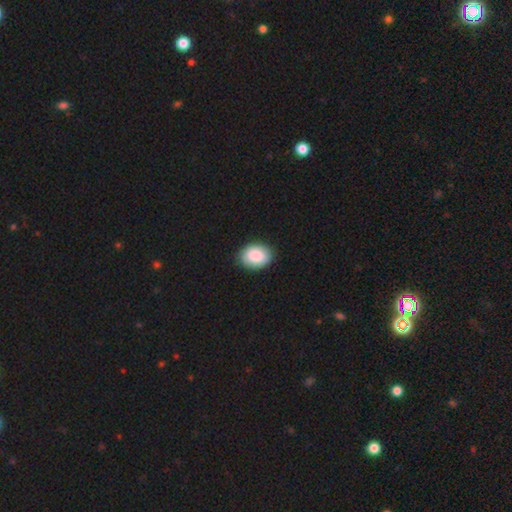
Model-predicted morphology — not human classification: This is clearly a smooth galaxy (88%). How rounded: likely in between (73%). Merging: clearly none (88%).